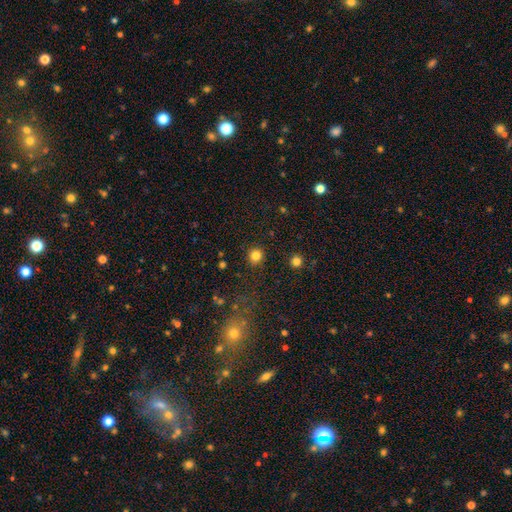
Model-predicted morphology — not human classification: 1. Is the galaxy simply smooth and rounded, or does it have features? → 82% smooth, 13% star or artifact, 5% featured or disk.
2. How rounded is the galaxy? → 91% round, 8% in between, 1% cigar-shaped.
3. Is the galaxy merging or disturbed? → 90% none, 6% minor disturbance, 2% major disturbance, 1% merger.